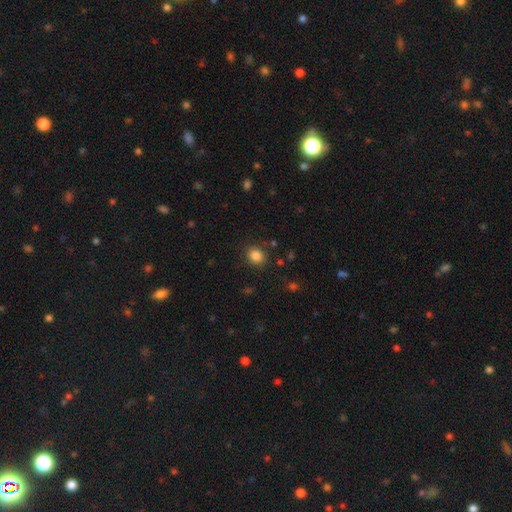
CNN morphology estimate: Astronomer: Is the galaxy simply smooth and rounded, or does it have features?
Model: smooth — 85%.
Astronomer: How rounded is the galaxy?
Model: round — 68%.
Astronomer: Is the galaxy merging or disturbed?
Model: none — 86%.